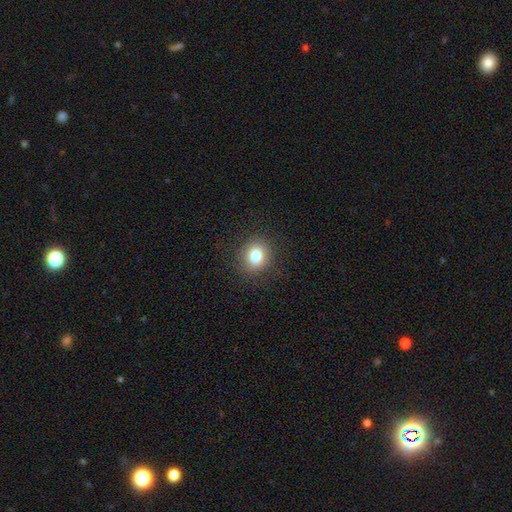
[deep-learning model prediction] A smooth galaxy with no disk features (80%) that is round (80%). Merging: none (89%).